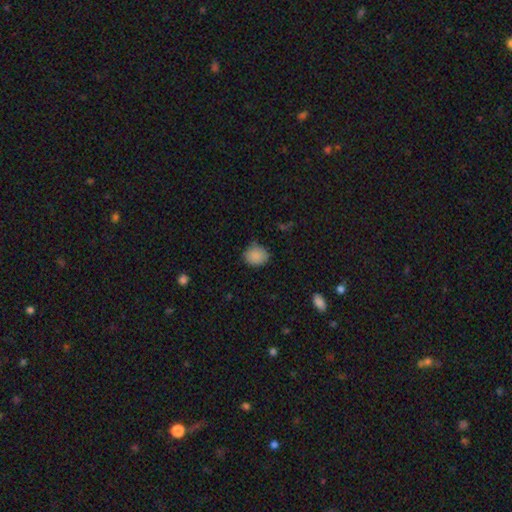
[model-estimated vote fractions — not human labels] smooth 87%, star or artifact 9%, featured or disk 5%. Down the decision tree: how rounded — round (64%); merging — none (73%).